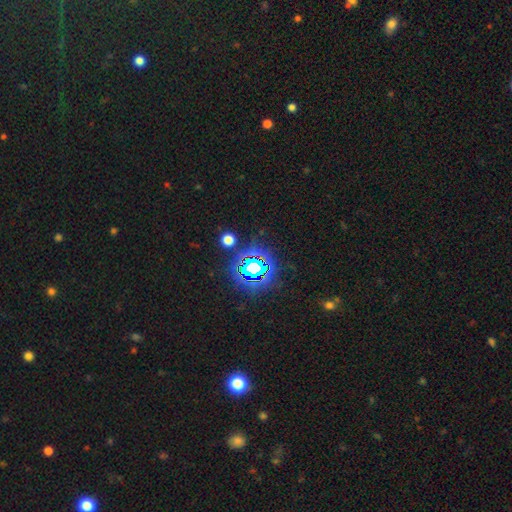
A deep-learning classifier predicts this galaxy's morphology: smooth_or_featured: star or artifact (p=0.81) [alt: smooth p=0.13]